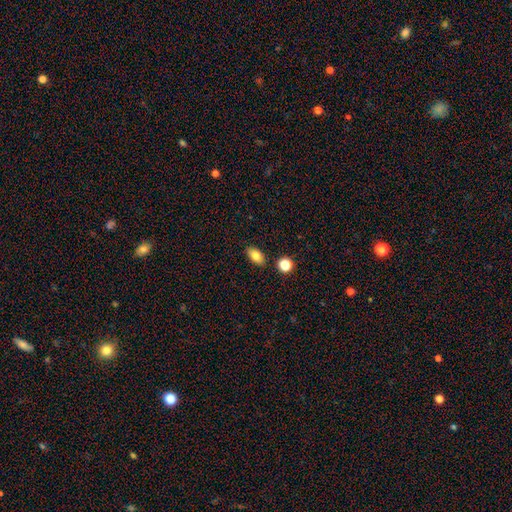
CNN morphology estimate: A smooth galaxy with no disk features (81%) that is in between round and cigar-shaped (88%). Merging: none (85%).